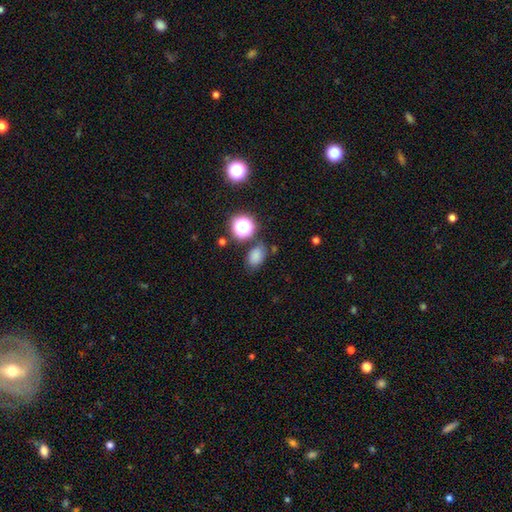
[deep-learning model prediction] smooth-or-featured: smooth: 75% | star or artifact: 17% | featured or disk: 7%
  how-rounded: in between: 72% | round: 27% | cigar-shaped: 1%
  merging: none: 71% | minor disturbance: 16% | merger: 7% | major disturbance: 5%